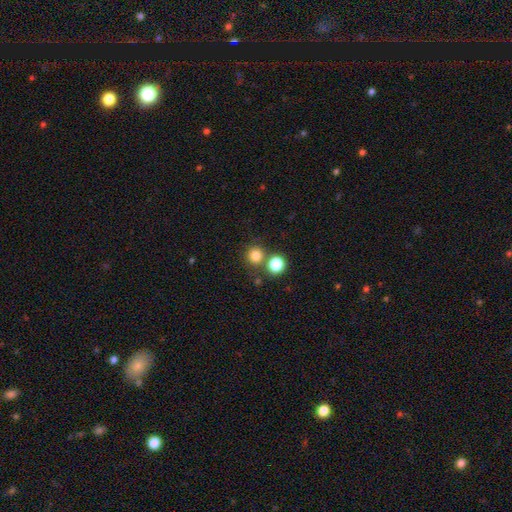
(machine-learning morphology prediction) smooth-or-featured: smooth: 80% | star or artifact: 14% | featured or disk: 6%
  how-rounded: round: 90% | in between: 9% | cigar-shaped: 1%
  merging: none: 70% | merger: 20% | minor disturbance: 7% | major disturbance: 3%